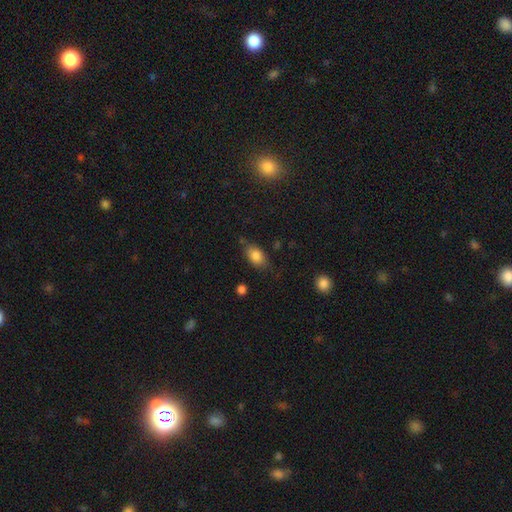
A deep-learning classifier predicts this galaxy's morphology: smooth 82%, featured or disk 9%, star or artifact 9%. Down the decision tree: how rounded — in between (86%); merging — none (71%).